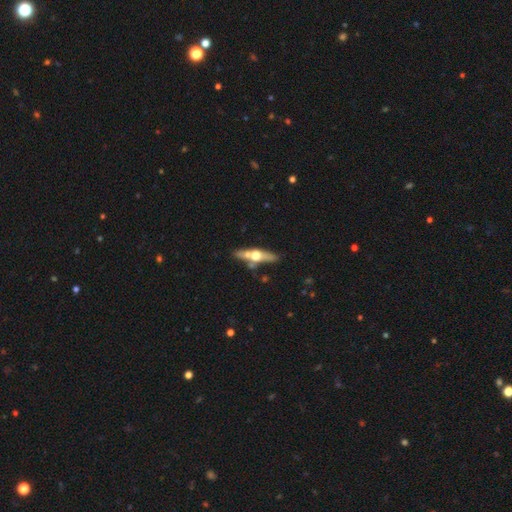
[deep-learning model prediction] This appears to be a featured or disk galaxy (64%) viewed edge-on (89%) with a rounded central bulge (95%). Merging: none (62%).